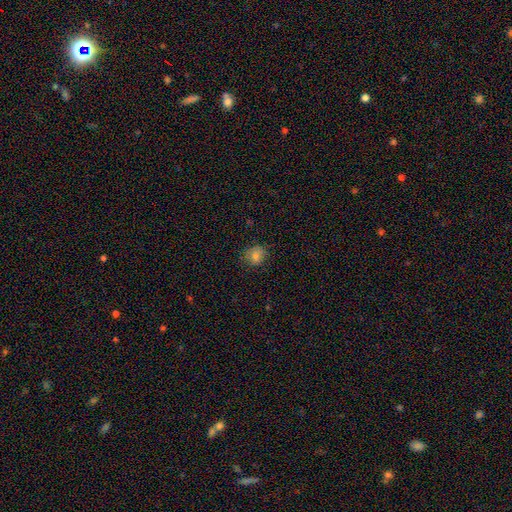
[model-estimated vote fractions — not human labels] A smooth galaxy with no disk features (78%) that is round (79%).

Vote fractions:
- Smooth or featured? smooth: 78% / star or artifact: 13% / featured or disk: 9%
- How rounded? round: 79% / in between: 20% / cigar-shaped: 1%
- Merging? none: 80% / minor disturbance: 15% / major disturbance: 3% / merger: 1%